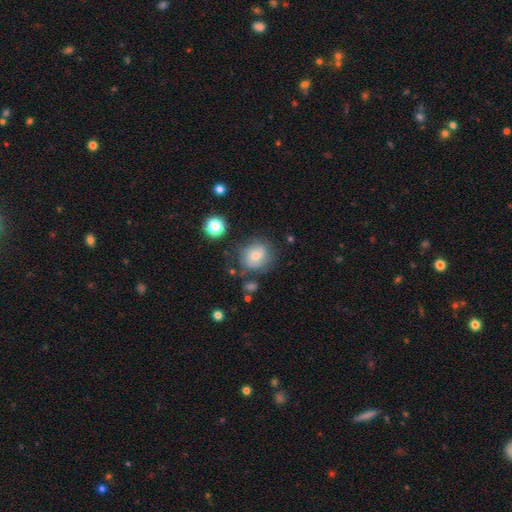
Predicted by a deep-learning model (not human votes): smooth 64%, featured or disk 25%, star or artifact 11%. Down the decision tree: how rounded — round (77%); merging — none (64%).